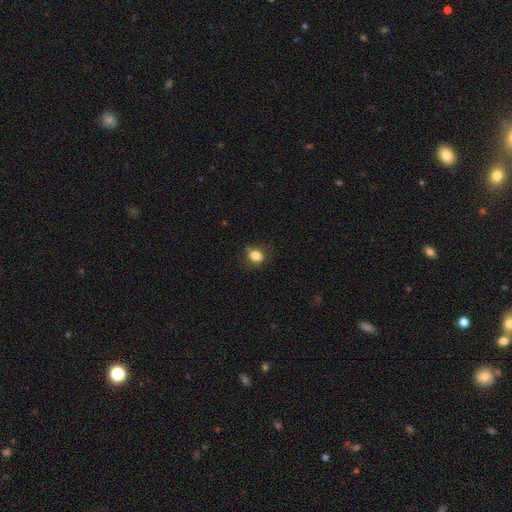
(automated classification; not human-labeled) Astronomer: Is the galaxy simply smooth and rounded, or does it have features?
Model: smooth — 82%.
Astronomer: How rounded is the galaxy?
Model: round — 58% (runner-up: in between, 40%).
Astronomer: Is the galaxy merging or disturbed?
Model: none — 74%.